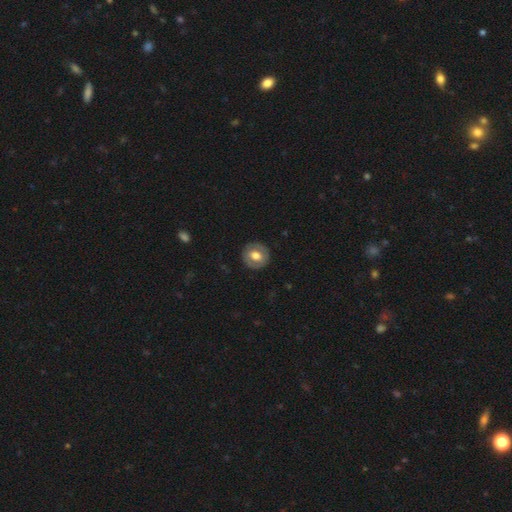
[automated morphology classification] Smooth or featured? Predicted: smooth (p=0.55). How rounded? Predicted: round (p=0.86). Merging? Predicted: none (p=0.87).